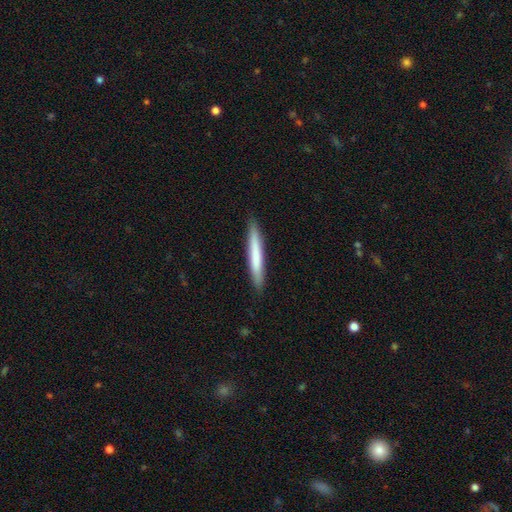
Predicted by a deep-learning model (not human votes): smooth_or_featured: smooth (p=0.70) [alt: featured or disk p=0.25]
how_rounded: cigar-shaped (p=0.96) [alt: in between p=0.03]
merging: none (p=0.90) [alt: minor disturbance p=0.08]